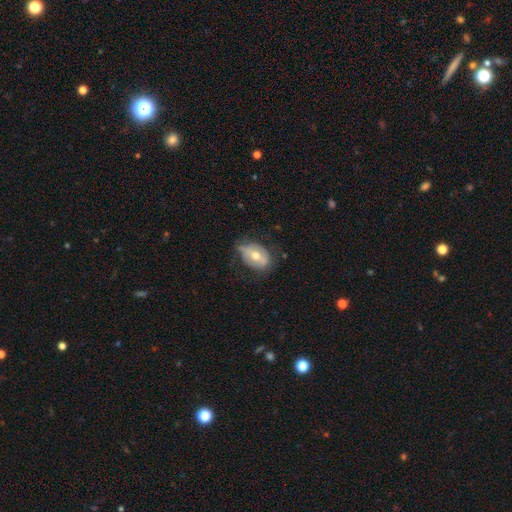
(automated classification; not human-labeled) Smooth or featured? smooth (48%)
Merging? none (52%)